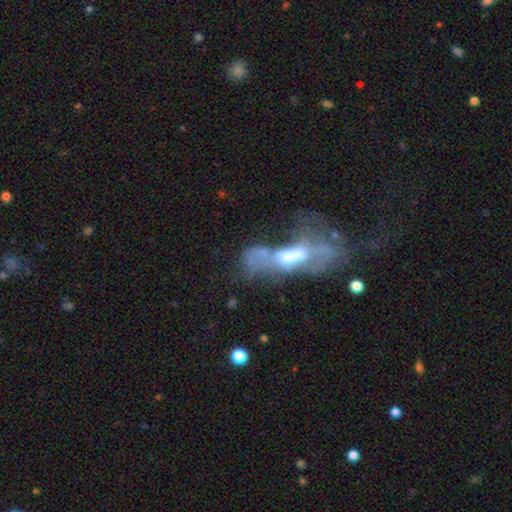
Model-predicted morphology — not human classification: This is possibly a featured or disk galaxy (51%). It is clearly not viewed edge-on (86%). Merging: marginally major disturbance (36%, tied with merger).